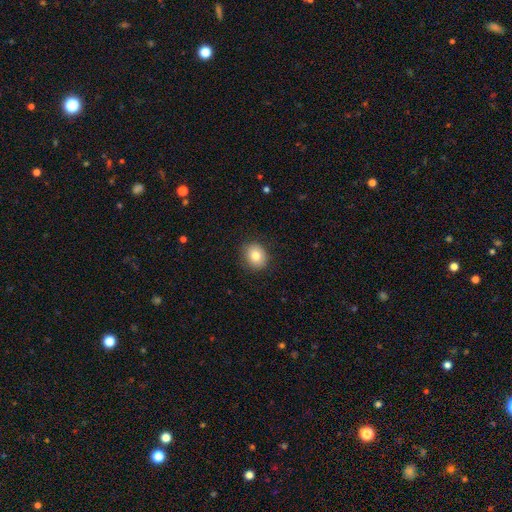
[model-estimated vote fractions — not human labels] smooth-or-featured: smooth: 80% | featured or disk: 10% | star or artifact: 10%
  how-rounded: round: 73% | in between: 26% | cigar-shaped: 1%
  merging: none: 88% | minor disturbance: 9% | major disturbance: 2% | merger: 1%